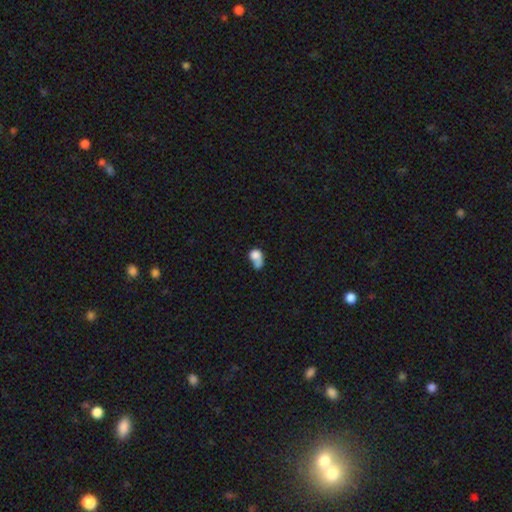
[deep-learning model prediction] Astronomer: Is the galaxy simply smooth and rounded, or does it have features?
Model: smooth — 73%.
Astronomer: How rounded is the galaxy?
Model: in between — 64%.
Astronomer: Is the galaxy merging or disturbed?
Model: merger — 31% (runner-up: major disturbance, 25%).